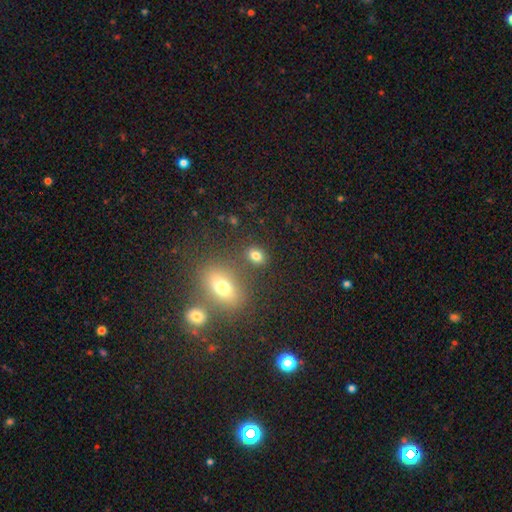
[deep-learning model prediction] This appears to be a smooth galaxy with no disk features (79%) that is in between round and cigar-shaped (69%). Merging: none (75%).